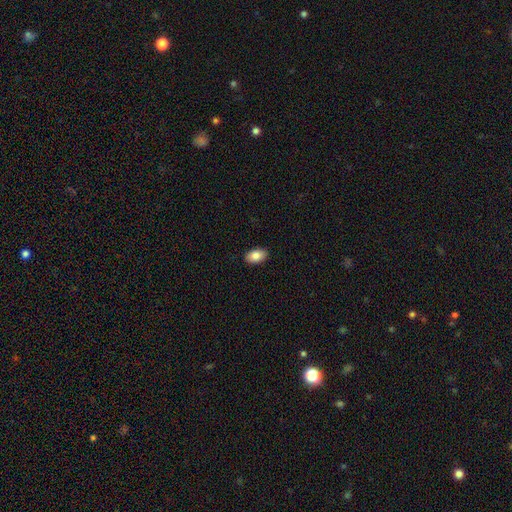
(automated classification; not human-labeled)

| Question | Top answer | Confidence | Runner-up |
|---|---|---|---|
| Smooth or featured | smooth | 85% | featured or disk (8%) |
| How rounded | in between | 94% | round (5%) |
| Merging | none | 90% | minor disturbance (8%) |